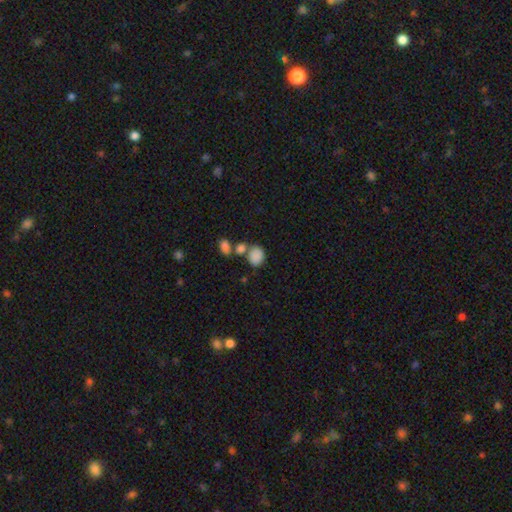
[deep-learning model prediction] smooth-or-featured: smooth: 85% | star or artifact: 9% | featured or disk: 6%
  how-rounded: in between: 57% | round: 42% | cigar-shaped: 1%
  merging: none: 51% | merger: 32% | minor disturbance: 12% | major disturbance: 5%